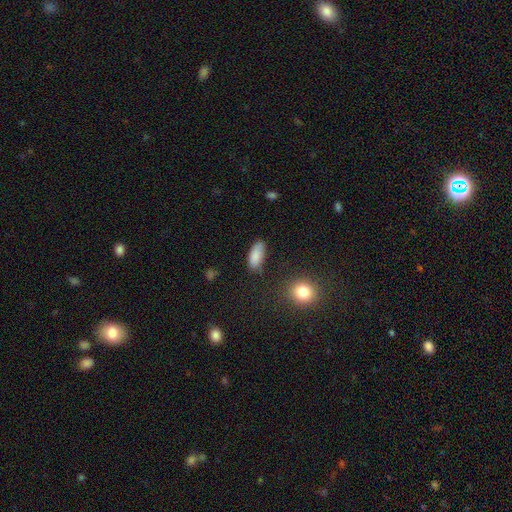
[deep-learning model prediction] Smooth or featured: smooth — 86% (star or artifact — 8%)
How rounded: in between — 86% (cigar-shaped — 12%)
Merging: none — 70% (minor disturbance — 22%)